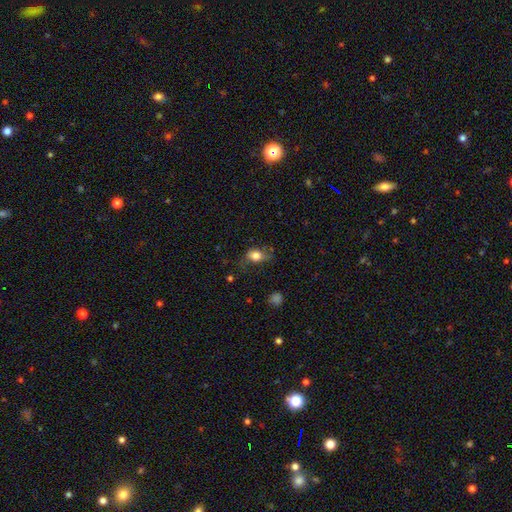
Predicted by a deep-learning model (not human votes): Smooth or featured: smooth — 77% (featured or disk — 13%)
How rounded: in between — 73% (round — 24%)
Merging: none — 50% (minor disturbance — 31%)